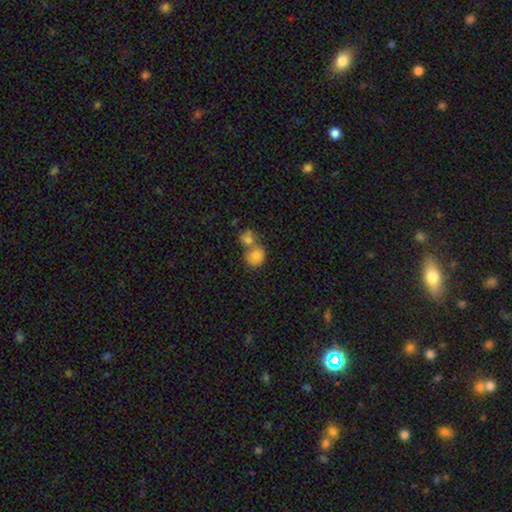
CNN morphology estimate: This appears to be a smooth galaxy with no disk features (81%) that is round (72%). Merging: merger (61%).